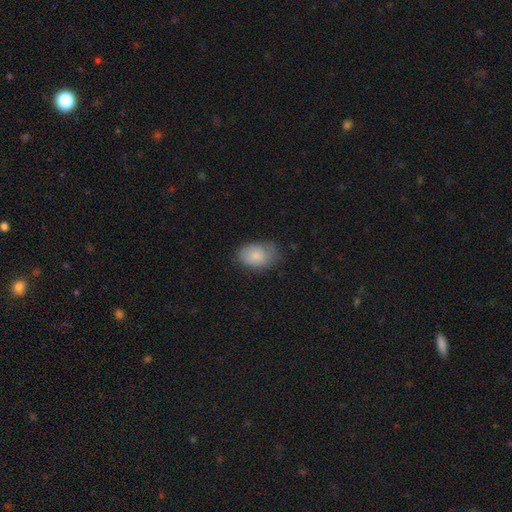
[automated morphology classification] type=smooth (82%); roundness=in between (83%); merging=none (57%).